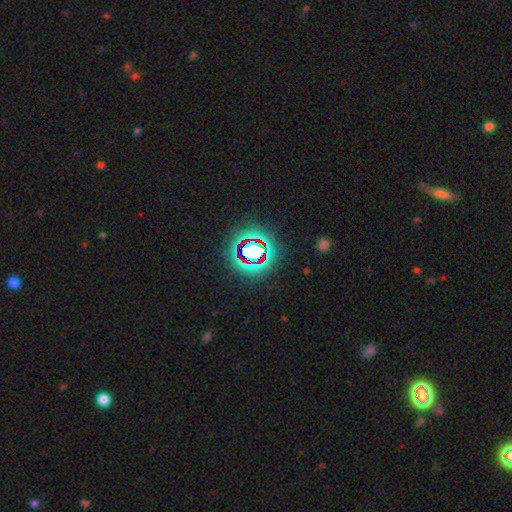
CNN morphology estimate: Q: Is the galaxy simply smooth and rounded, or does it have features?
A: star or artifact — 67%.